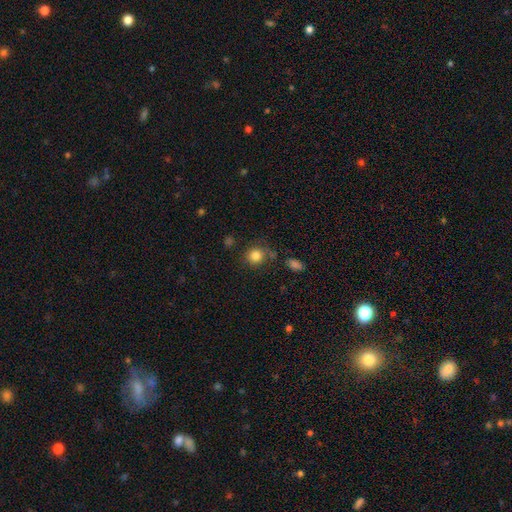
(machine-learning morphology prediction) smooth 83%, star or artifact 11%, featured or disk 6%. Down the decision tree: how rounded — round (84%); merging — none (73%).